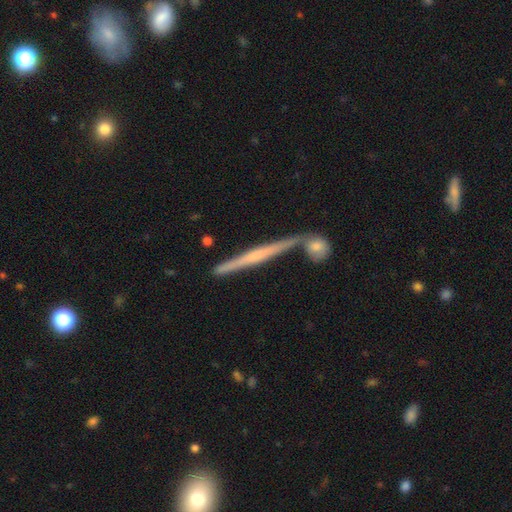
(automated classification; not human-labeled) A featured or disk galaxy (67%) viewed edge-on (97%) with no central bulge (54%).

Vote fractions:
- Smooth or featured? featured or disk: 67% / smooth: 27% / star or artifact: 6%
- Edge-on disk? yes: 97% / no: 3%
- Edge-on bulge? none: 54% / rounded: 29% / boxy: 16%
- Merging? none: 72% / merger: 15% / minor disturbance: 10% / major disturbance: 3%